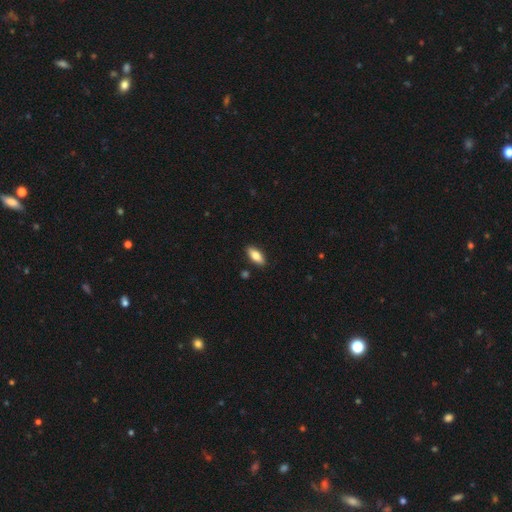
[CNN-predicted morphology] A smooth galaxy with no disk features (80%) that is in between round and cigar-shaped (83%).

Vote fractions:
- Smooth or featured? smooth: 80% / featured or disk: 13% / star or artifact: 6%
- How rounded? in between: 83% / cigar-shaped: 15% / round: 2%
- Merging? none: 88% / minor disturbance: 9% / major disturbance: 2% / merger: 2%